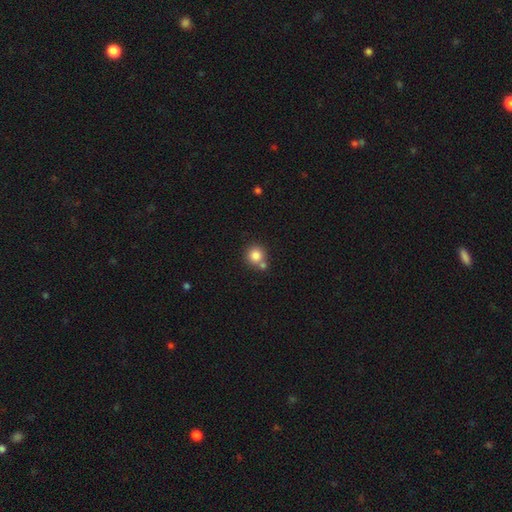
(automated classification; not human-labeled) Smooth or featured?
  - smooth: 83% *
  - star or artifact: 10%
  - featured or disk: 7%
How rounded?
  - round: 91% *
  - in between: 8%
  - cigar-shaped: 1%
Merging?
  - none: 60% *
  - merger: 28%
  - minor disturbance: 9%
  - major disturbance: 3%